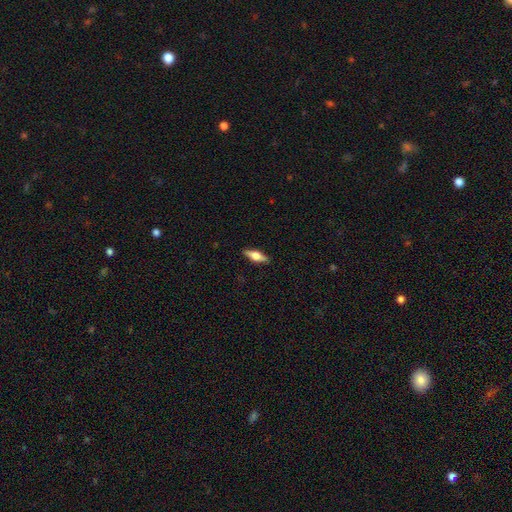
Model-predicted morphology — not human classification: Smooth or featured? Predicted: featured or disk (p=0.48). Merging? Predicted: none (p=0.89).